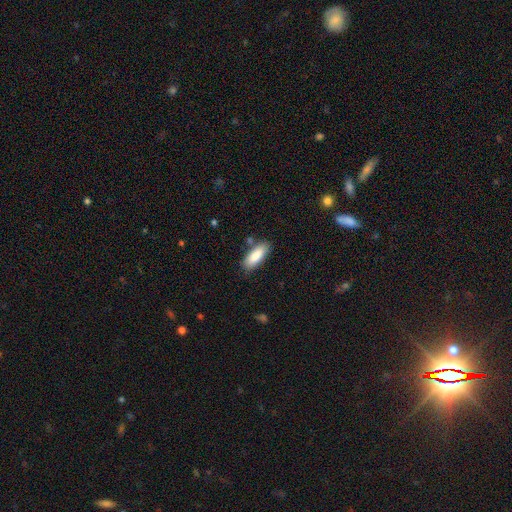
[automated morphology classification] Smooth or featured?
  - smooth: 87% *
  - featured or disk: 7%
  - star or artifact: 6%
How rounded?
  - in between: 71% *
  - cigar-shaped: 28%
  - round: 2%
Merging?
  - none: 80% *
  - minor disturbance: 13%
  - merger: 4%
  - major disturbance: 3%